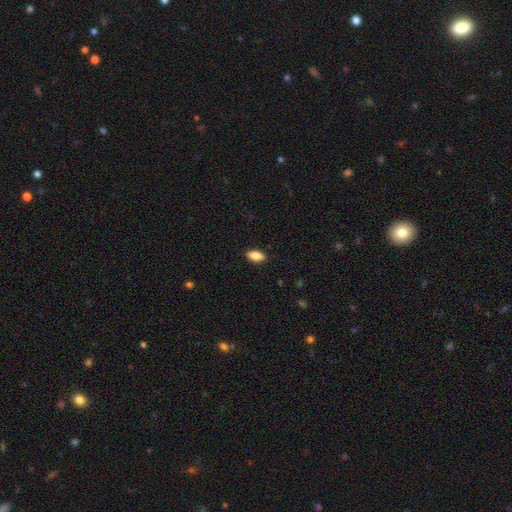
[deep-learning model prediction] smooth 87%, star or artifact 7%, featured or disk 6%. Down the decision tree: how rounded — in between (90%); merging — none (88%).